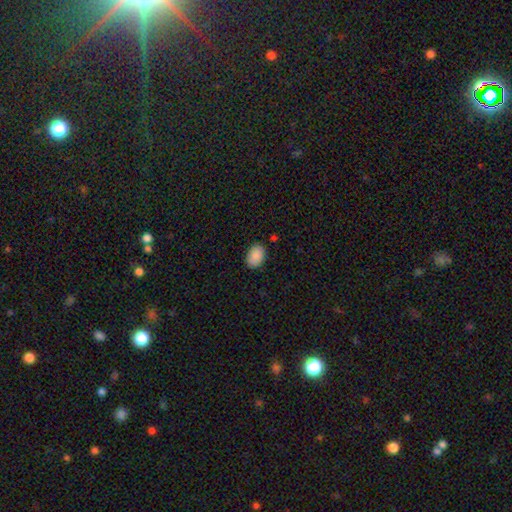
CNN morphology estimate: smooth_or_featured: smooth (p=0.90) [alt: star or artifact p=0.07]
how_rounded: in between (p=0.82) [alt: round p=0.17]
merging: none (p=0.86) [alt: minor disturbance p=0.10]